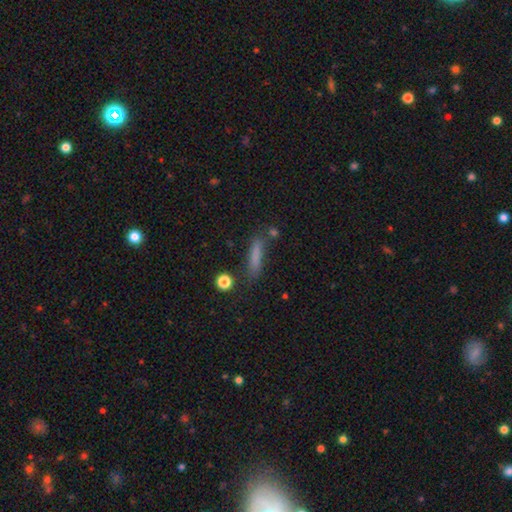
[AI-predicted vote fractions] Morphology: type=smooth (77%); roundness=cigar-shaped (82%); merging=none (72%).